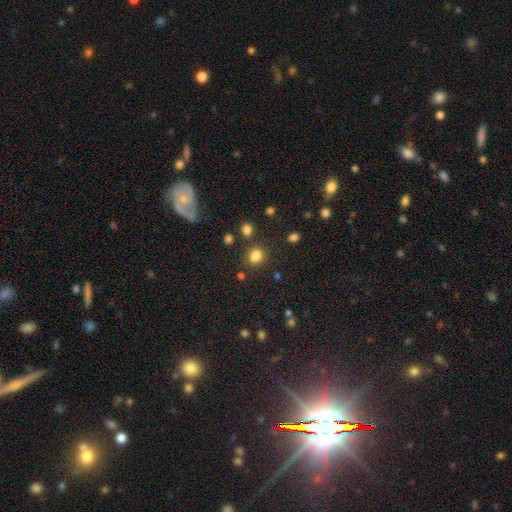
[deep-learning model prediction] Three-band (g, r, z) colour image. It shows a smooth galaxy with no disk features (82%) that is round (76%). Merging: none (79%).